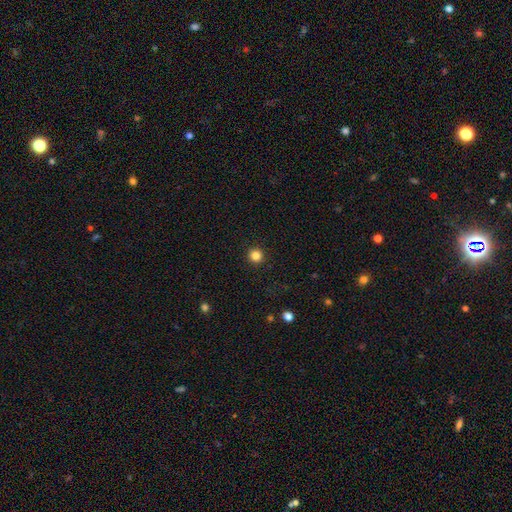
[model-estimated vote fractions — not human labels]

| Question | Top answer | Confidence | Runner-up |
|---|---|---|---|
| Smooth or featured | smooth | 84% | star or artifact (12%) |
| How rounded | round | 95% | in between (4%) |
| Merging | none | 93% | minor disturbance (4%) |